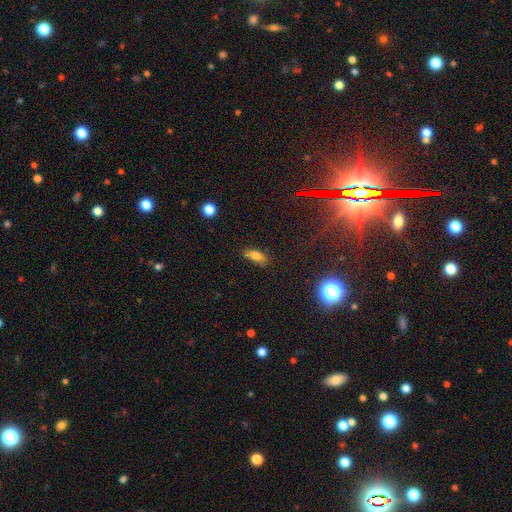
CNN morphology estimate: A smooth galaxy with no disk features (78%) that is in between round and cigar-shaped (76%).

Vote fractions:
- Smooth or featured? smooth: 78% / star or artifact: 12% / featured or disk: 10%
- How rounded? in between: 76% / cigar-shaped: 20% / round: 4%
- Merging? none: 80% / minor disturbance: 15% / major disturbance: 3% / merger: 2%